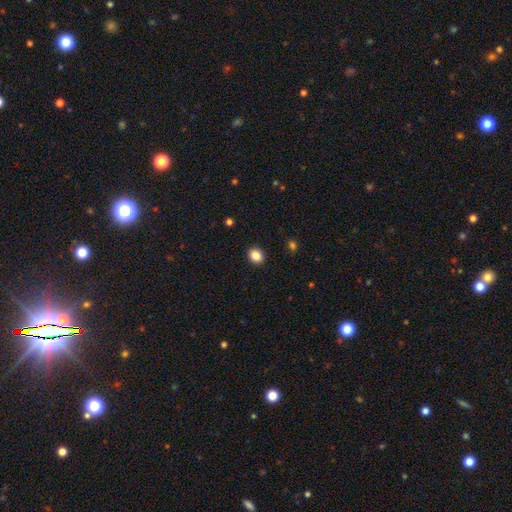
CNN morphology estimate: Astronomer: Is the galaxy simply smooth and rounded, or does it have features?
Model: smooth — 86%.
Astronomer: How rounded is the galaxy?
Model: round — 63%.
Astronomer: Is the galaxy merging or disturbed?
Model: none — 91%.